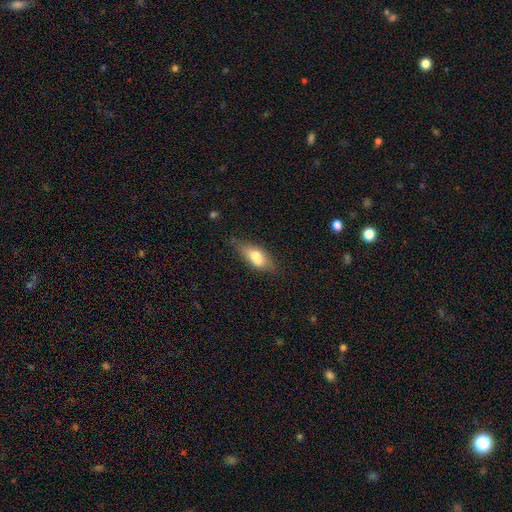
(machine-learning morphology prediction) Smooth or featured? Predicted: smooth (p=0.69). How rounded? Predicted: in between (p=0.77). Merging? Predicted: none (p=0.60).